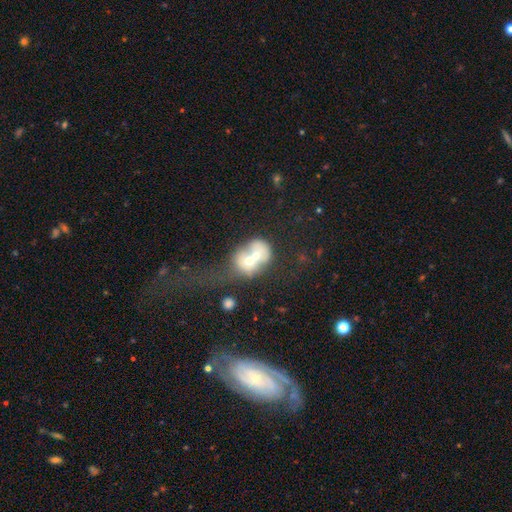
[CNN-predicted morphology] Smooth or featured? Predicted: smooth (p=0.56). How rounded? Predicted: round (p=0.60). Merging? Predicted: merger (p=0.76).